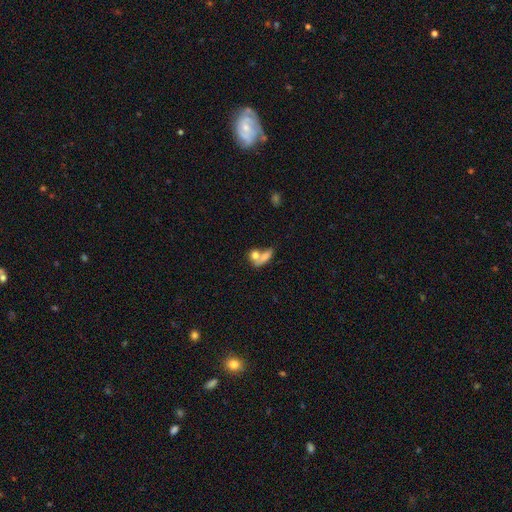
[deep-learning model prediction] smooth 73%, featured or disk 18%, star or artifact 9%. Down the decision tree: how rounded — in between (55%); merging — merger (56%).